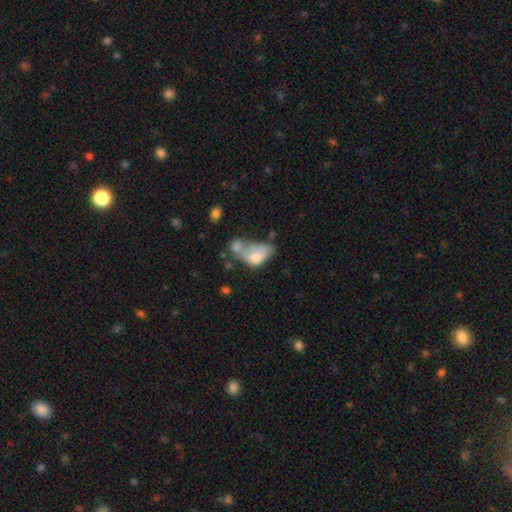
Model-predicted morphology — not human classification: The model was most divided on "smooth or featured": smooth: 62%, featured or disk: 29%, star or artifact: 9%. More confident: how rounded — in between (87%); merging — merger (58%).